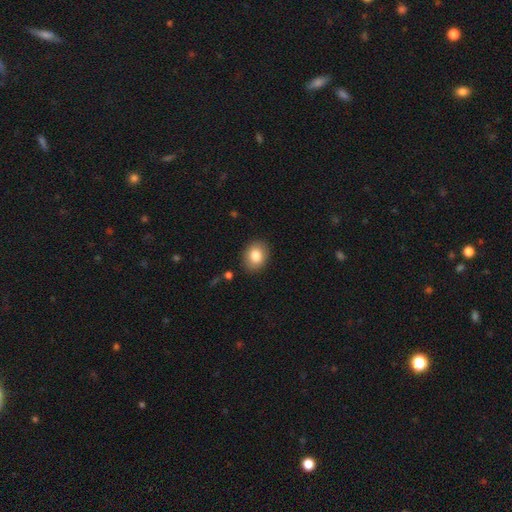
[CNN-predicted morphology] A smooth galaxy with no disk features (82%) that is in between round and cigar-shaped (53%). Merging: none (88%).